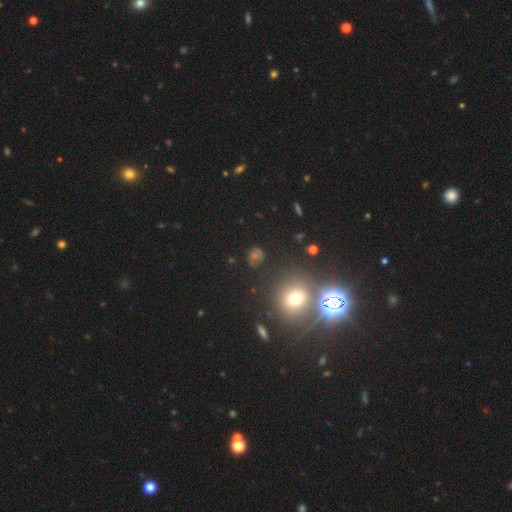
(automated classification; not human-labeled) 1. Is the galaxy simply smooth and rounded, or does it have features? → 51% star or artifact, 39% smooth, 11% featured or disk.